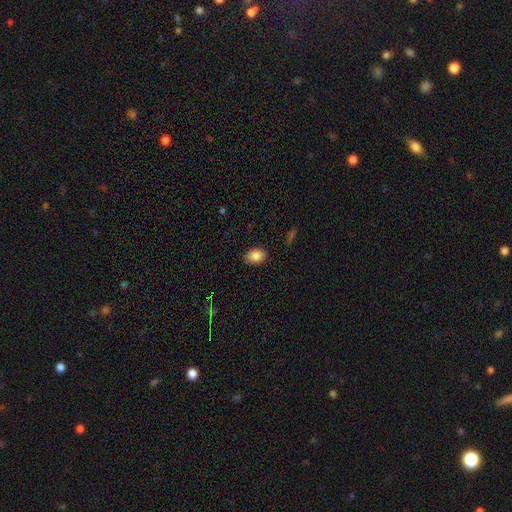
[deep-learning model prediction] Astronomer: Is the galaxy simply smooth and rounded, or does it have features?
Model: smooth — 86%.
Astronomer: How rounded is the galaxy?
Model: in between — 82%.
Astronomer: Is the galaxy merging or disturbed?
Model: none — 83%.